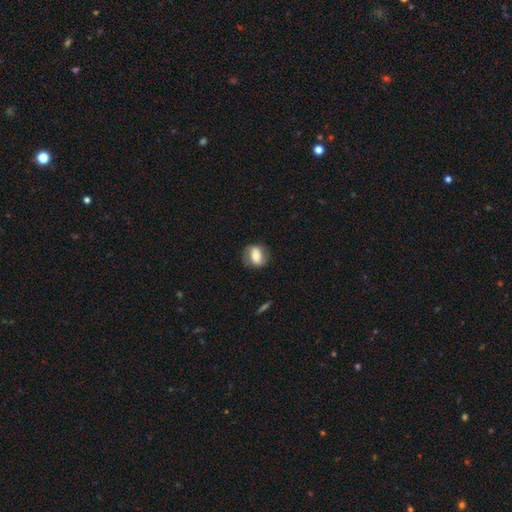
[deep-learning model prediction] This appears to be a smooth galaxy with no disk features (59%) that is in between round and cigar-shaped (58%). Merging: none (73%).